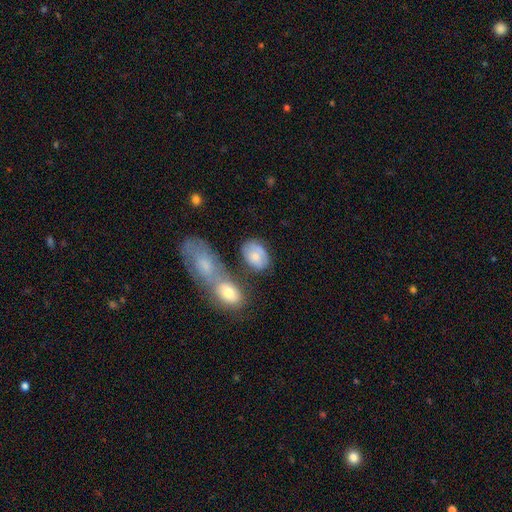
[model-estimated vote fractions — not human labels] A smooth galaxy with no disk features (63%) that is in between round and cigar-shaped (79%).

Vote fractions:
- Smooth or featured? smooth: 63% / featured or disk: 29% / star or artifact: 8%
- How rounded? in between: 79% / round: 20% / cigar-shaped: 2%
- Merging? none: 52% / minor disturbance: 22% / merger: 17% / major disturbance: 9%